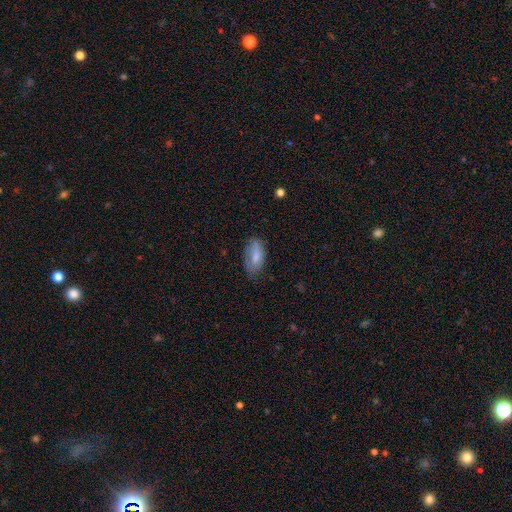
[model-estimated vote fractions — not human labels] Smooth or featured? smooth (75%)
How rounded? in between (88%)
Merging? none (65%)